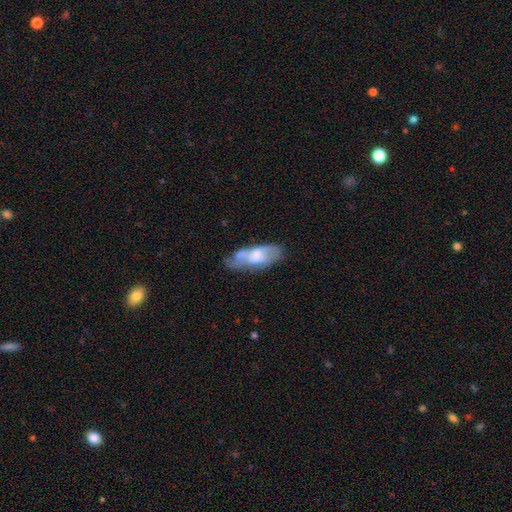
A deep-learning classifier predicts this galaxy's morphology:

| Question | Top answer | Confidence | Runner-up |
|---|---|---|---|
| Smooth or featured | smooth | 52% | featured or disk (41%) |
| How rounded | in between | 74% | cigar-shaped (24%) |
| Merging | none | 46% | minor disturbance (29%) |